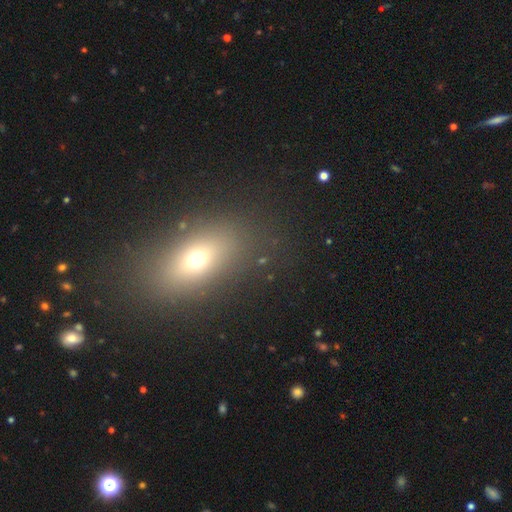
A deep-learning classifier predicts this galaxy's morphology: Smooth or featured? smooth (60%)
How rounded? in between (73%)
Merging? none (84%)